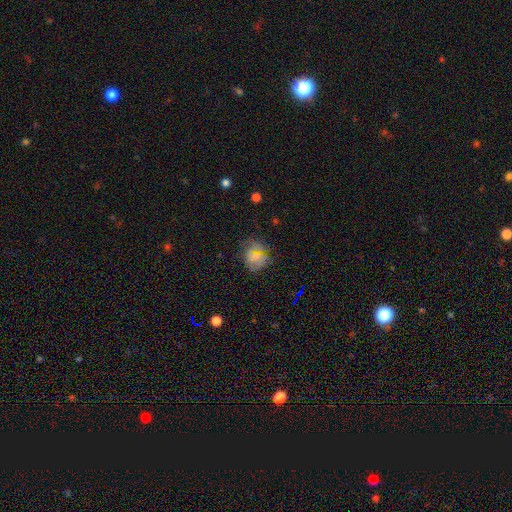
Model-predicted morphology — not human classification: This is possibly a smooth galaxy (57%). How rounded: clearly round (81%). Merging: likely none (77%).